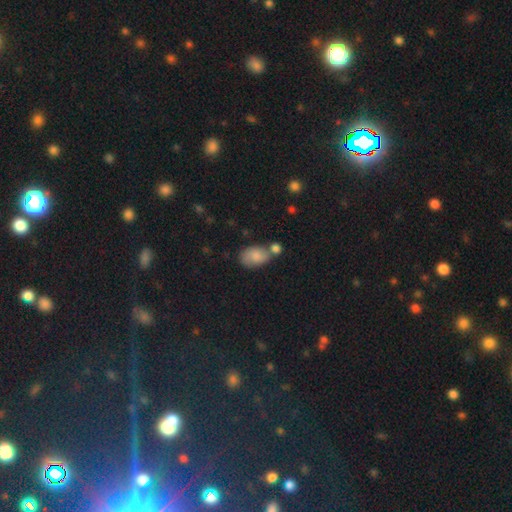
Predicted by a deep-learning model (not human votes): A smooth galaxy with no disk features (74%) that is in between round and cigar-shaped (87%).

Vote fractions:
- Smooth or featured? smooth: 74% / featured or disk: 17% / star or artifact: 9%
- How rounded? in between: 87% / round: 12% / cigar-shaped: 2%
- Merging? none: 49% / merger: 24% / minor disturbance: 20% / major disturbance: 7%